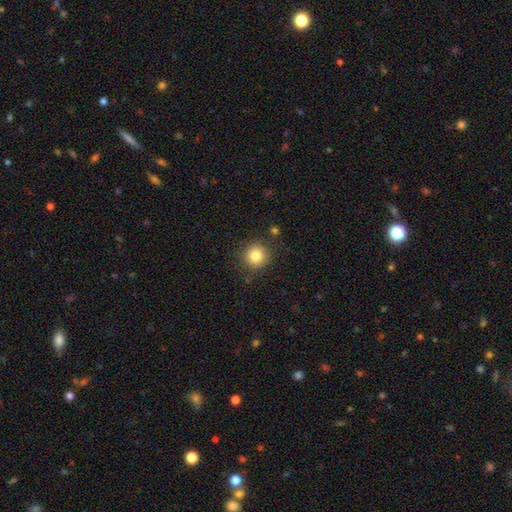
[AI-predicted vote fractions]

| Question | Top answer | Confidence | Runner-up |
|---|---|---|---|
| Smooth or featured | smooth | 83% | star or artifact (11%) |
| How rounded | round | 93% | in between (6%) |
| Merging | none | 87% | minor disturbance (8%) |